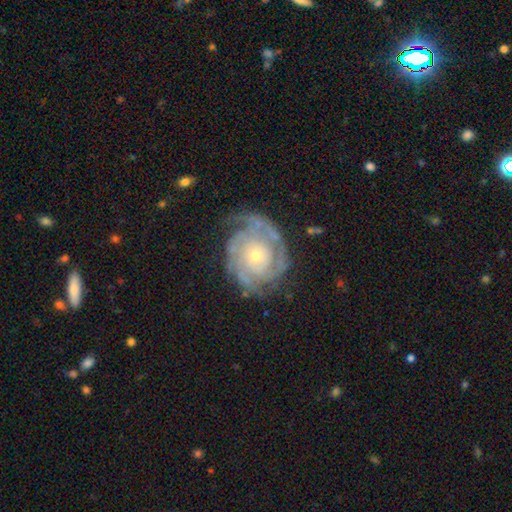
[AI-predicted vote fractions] The model was most divided on "spiral arm count": 2: 32%, 3: 23%, can't tell: 23%, 4: 10%, 1: 6%, more than 4: 6%. More confident: edge-on disk — no (98%); spiral arms — yes (97%); smooth or featured — featured or disk (88%); bar — no (81%); spiral winding — tight (72%); merging — none (70%); bulge size — small (62%).